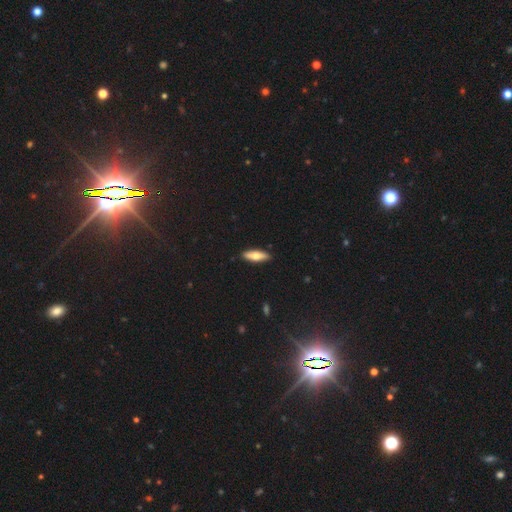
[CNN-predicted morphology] Smooth or featured? Predicted: smooth (p=0.60). How rounded? Predicted: cigar-shaped (p=0.50). Merging? Predicted: none (p=0.90).